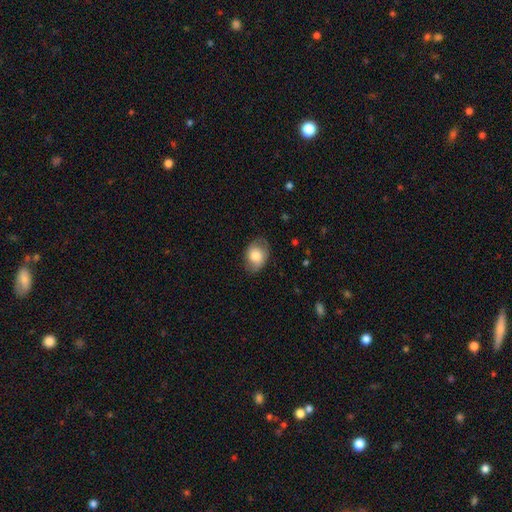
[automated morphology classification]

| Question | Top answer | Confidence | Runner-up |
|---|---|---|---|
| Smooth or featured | smooth | 74% | featured or disk (18%) |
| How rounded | in between | 73% | round (26%) |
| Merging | none | 69% | minor disturbance (23%) |